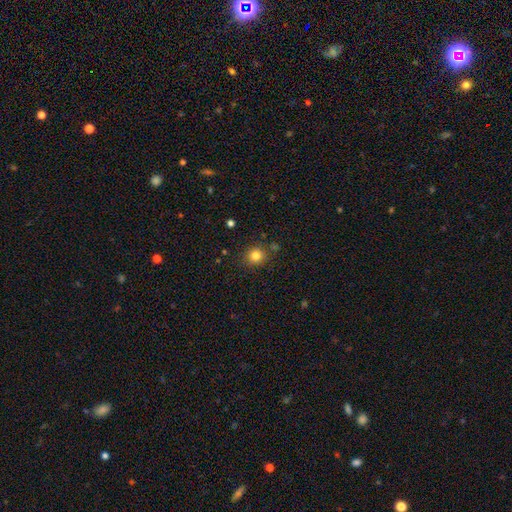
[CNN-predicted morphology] Smooth or featured?
  - smooth: 82% *
  - star or artifact: 12%
  - featured or disk: 6%
How rounded?
  - round: 84% *
  - in between: 15%
  - cigar-shaped: 1%
Merging?
  - none: 83% *
  - minor disturbance: 10%
  - merger: 4%
  - major disturbance: 3%